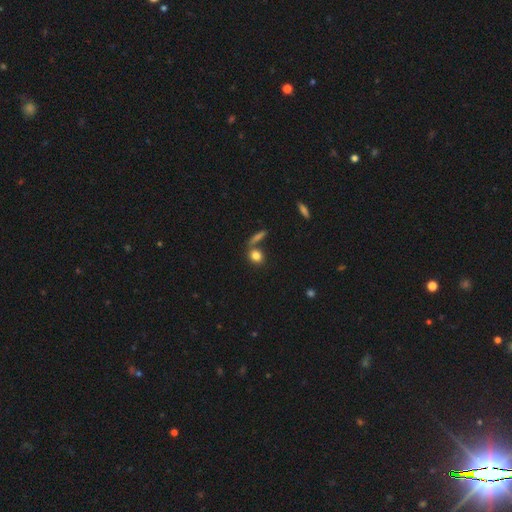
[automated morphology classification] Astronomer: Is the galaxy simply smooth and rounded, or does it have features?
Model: smooth — 81%.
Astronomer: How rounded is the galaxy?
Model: round — 60%.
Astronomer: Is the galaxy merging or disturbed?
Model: none — 61%.